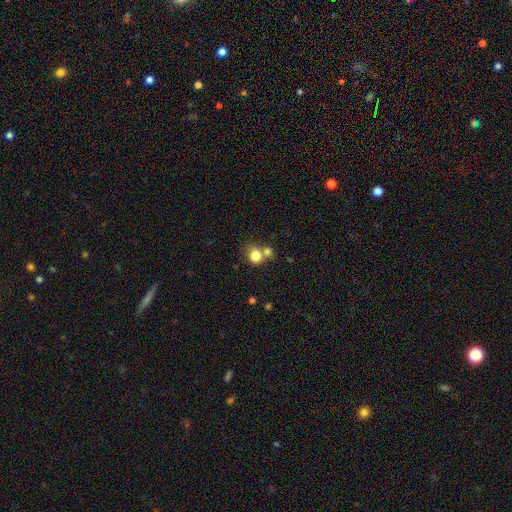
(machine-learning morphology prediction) Smooth or featured?
  - smooth: 81% *
  - star or artifact: 11%
  - featured or disk: 9%
How rounded?
  - round: 73% *
  - in between: 26%
  - cigar-shaped: 1%
Merging?
  - none: 48% *
  - merger: 38%
  - minor disturbance: 10%
  - major disturbance: 4%